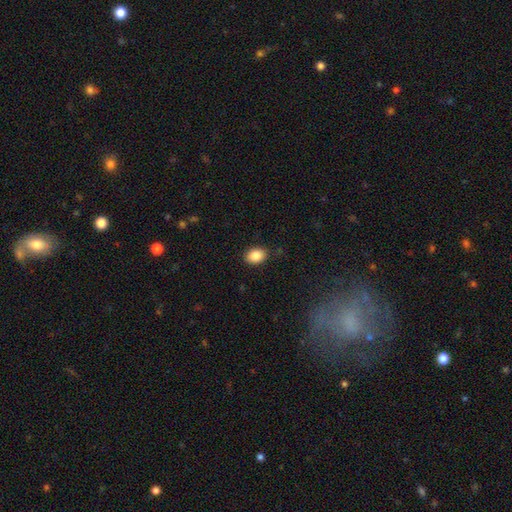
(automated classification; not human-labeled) The model was most divided on "how rounded": in between: 74%, round: 25%, cigar-shaped: 1%. More confident: smooth or featured — smooth (87%); merging — none (86%).